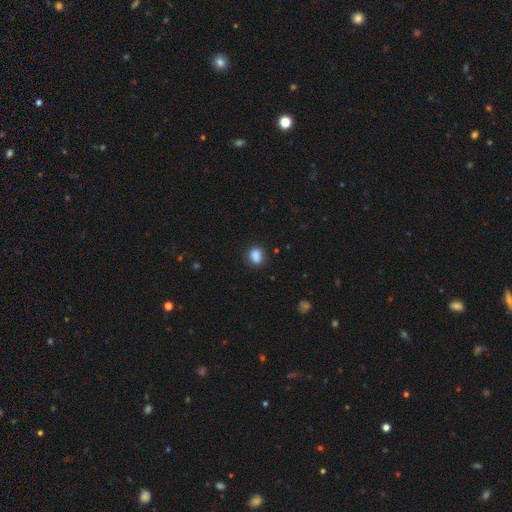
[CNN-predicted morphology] type=smooth (86%); roundness=in between (55%); merging=none (78%).